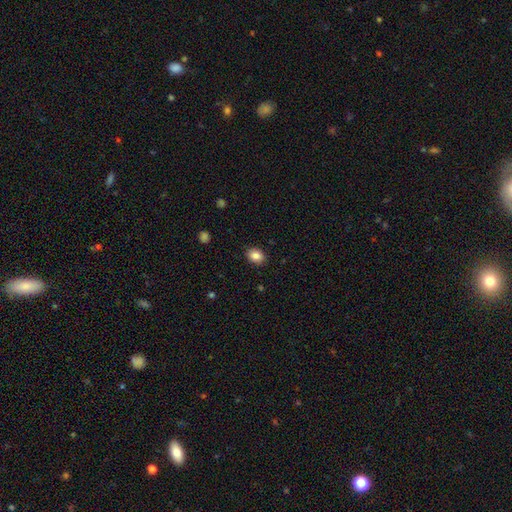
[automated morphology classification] smooth-or-featured: smooth: 85% | star or artifact: 9% | featured or disk: 6%
  how-rounded: in between: 60% | round: 39% | cigar-shaped: 1%
  merging: none: 89% | minor disturbance: 8% | major disturbance: 2% | merger: 1%